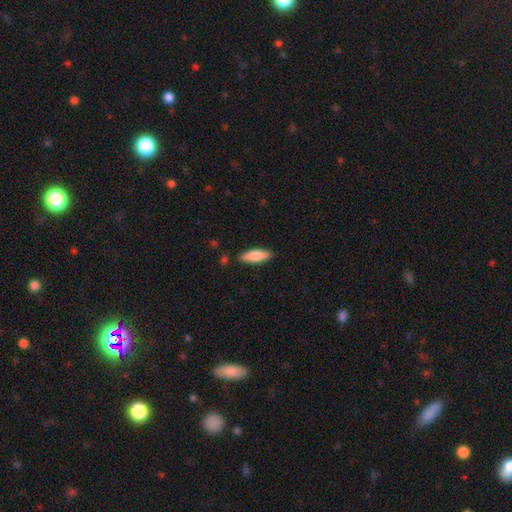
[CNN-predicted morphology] type=smooth (81%); roundness=in between (59%); merging=none (86%).